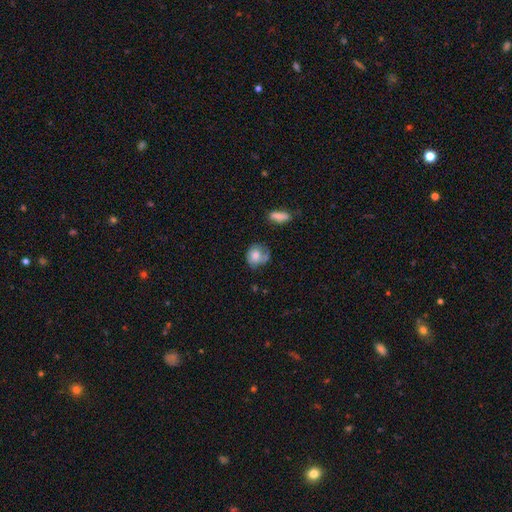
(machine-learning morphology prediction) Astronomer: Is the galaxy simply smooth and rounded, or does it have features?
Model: smooth — 58% (runner-up: featured or disk, 34%).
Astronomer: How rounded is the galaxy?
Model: round — 67%.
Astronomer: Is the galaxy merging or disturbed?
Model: none — 48% (runner-up: minor disturbance, 30%).